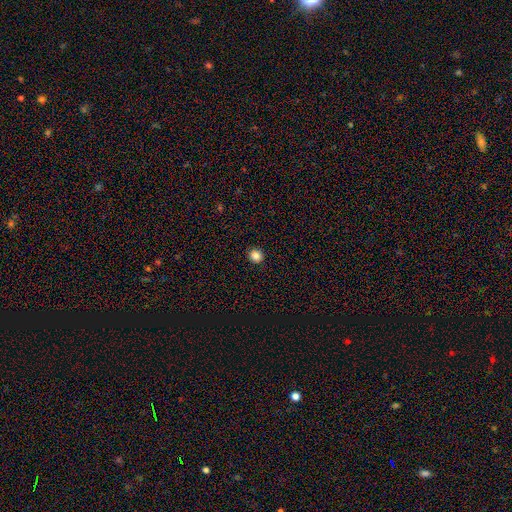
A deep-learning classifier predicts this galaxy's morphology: Overall: smooth (85%). How rounded: round (83%). Merging: none (92%).